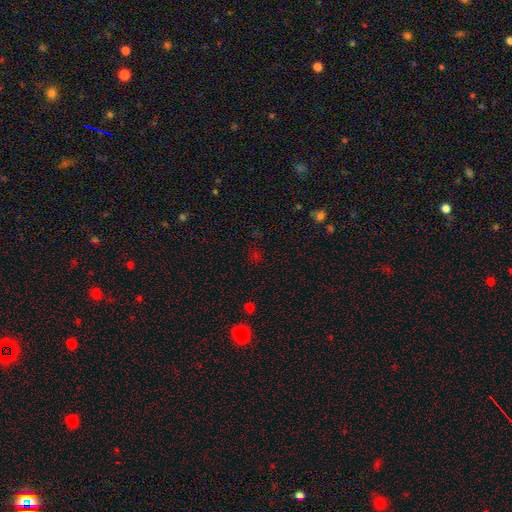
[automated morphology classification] Overall: star or artifact (50%; smooth 43%).